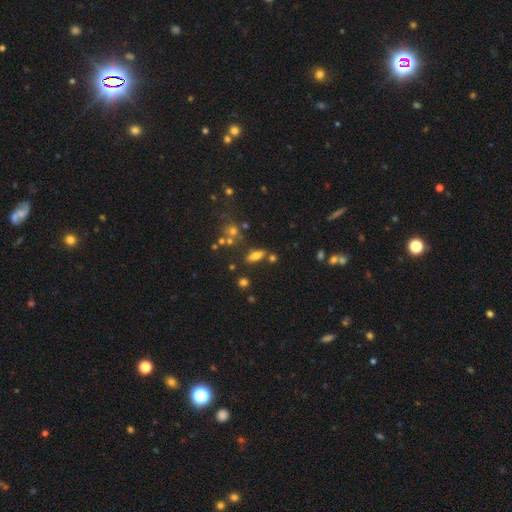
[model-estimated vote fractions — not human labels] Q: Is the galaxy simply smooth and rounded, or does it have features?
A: smooth — 67%.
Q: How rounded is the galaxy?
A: in between — 66%.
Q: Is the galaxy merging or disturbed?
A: none — 68%.